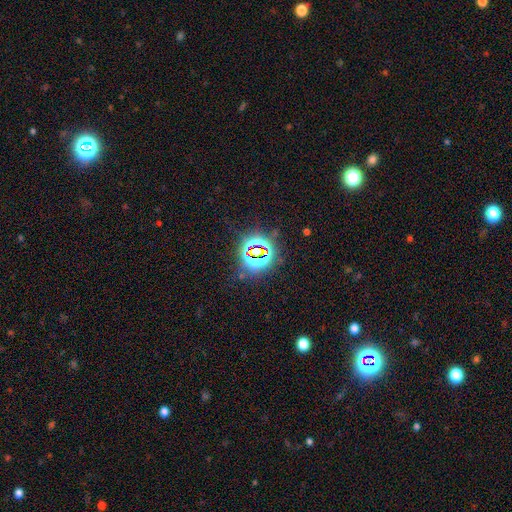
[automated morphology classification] Smooth or featured?
  - star or artifact: 77% *
  - smooth: 14%
  - featured or disk: 8%